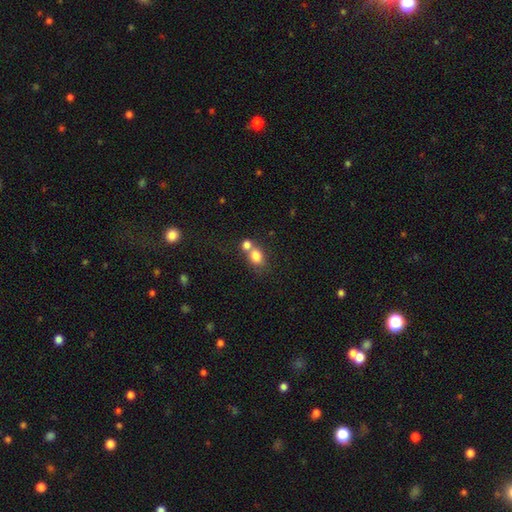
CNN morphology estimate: This is likely a smooth galaxy (79%). How rounded: possibly round (52%). Merging: possibly merger (54%).